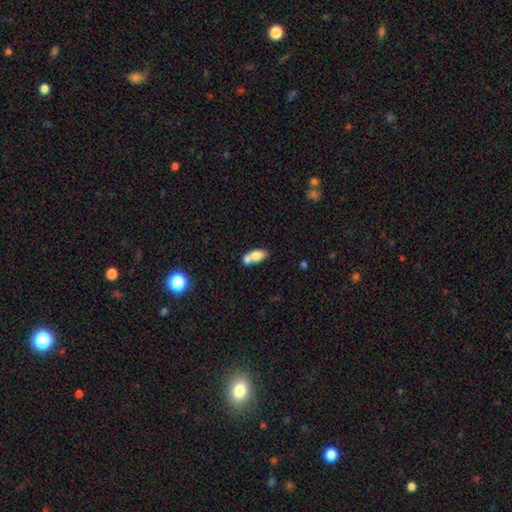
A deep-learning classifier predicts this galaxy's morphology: Smooth or featured?
  - smooth: 73% *
  - featured or disk: 19%
  - star or artifact: 8%
How rounded?
  - in between: 83% *
  - round: 9%
  - cigar-shaped: 8%
Merging?
  - merger: 59% *
  - none: 27%
  - minor disturbance: 10%
  - major disturbance: 5%